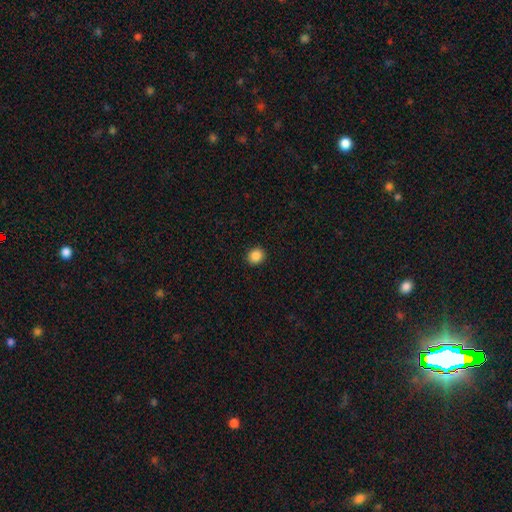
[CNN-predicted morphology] Q: Smooth or featured?
A: smooth (87%); runner-up: star or artifact (10%)
Q: How rounded?
A: round (79%); runner-up: in between (20%)
Q: Merging?
A: none (92%); runner-up: minor disturbance (5%)